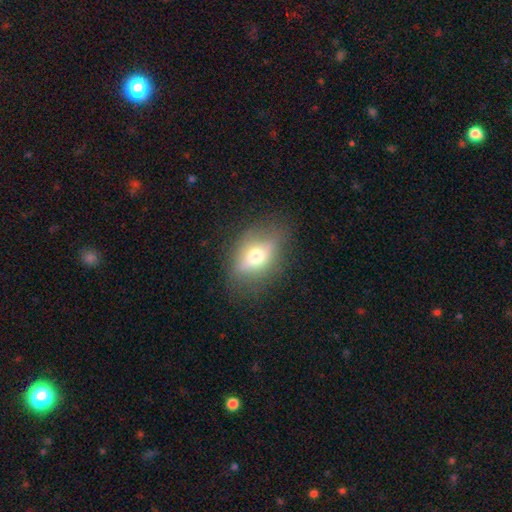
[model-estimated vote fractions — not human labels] Q: Smooth or featured?
A: smooth (57%); runner-up: featured or disk (32%)
Q: How rounded?
A: in between (68%); runner-up: round (27%)
Q: Merging?
A: none (74%); runner-up: minor disturbance (17%)